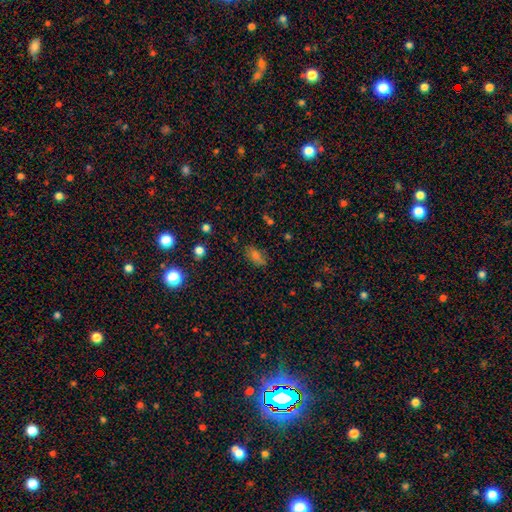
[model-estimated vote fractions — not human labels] Smooth or featured: smooth — 64% (star or artifact — 20%)
How rounded: in between — 83% (round — 11%)
Merging: none — 82% (minor disturbance — 13%)